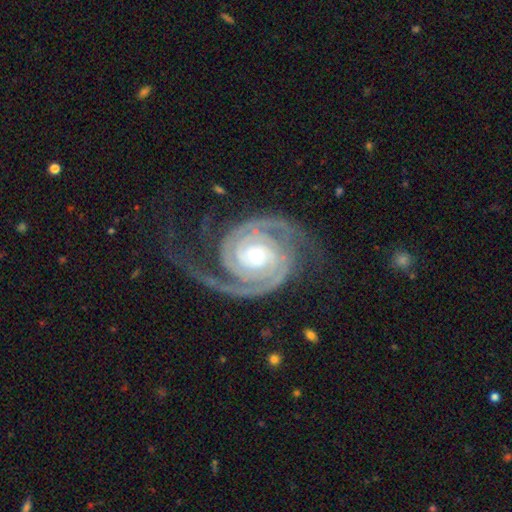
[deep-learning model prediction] Smooth or featured? featured or disk (94%)
Edge-on disk? no (98%)
Bar? no (64%)
Spiral arms? yes (99%)
Spiral winding? tight (72%)
Spiral arm count? 2 (81%)
Bulge size? moderate (55%)
Merging? none (68%)